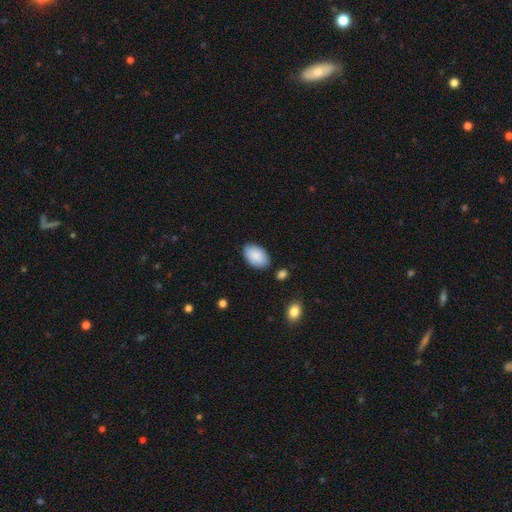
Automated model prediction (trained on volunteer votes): The model was most divided on "merging": none: 82%, minor disturbance: 13%, major disturbance: 3%, merger: 3%. More confident: how rounded — in between (94%); smooth or featured — smooth (89%).